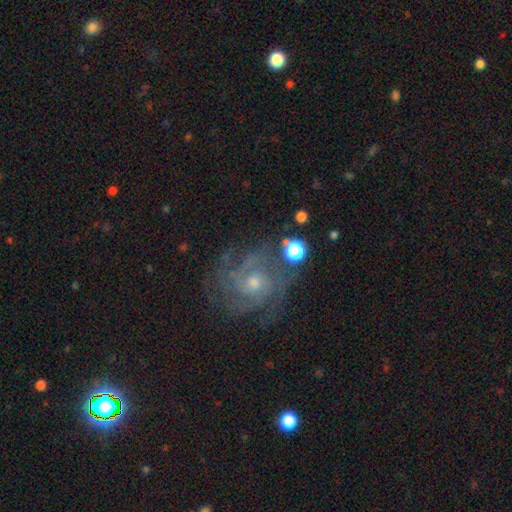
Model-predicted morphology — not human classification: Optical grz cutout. It shows a featured or disk galaxy (69%) with no bar (69%), tight (59%) spiral arms (95%) and a small central bulge (59%). Merging: none (77%).